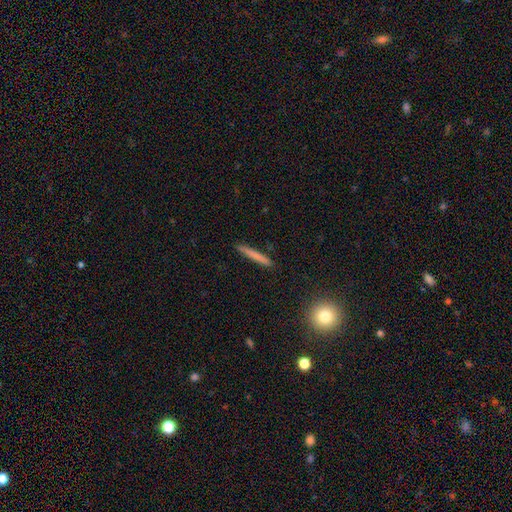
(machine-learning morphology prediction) Overall: smooth (73%). How rounded: cigar-shaped (96%). Merging: none (91%).